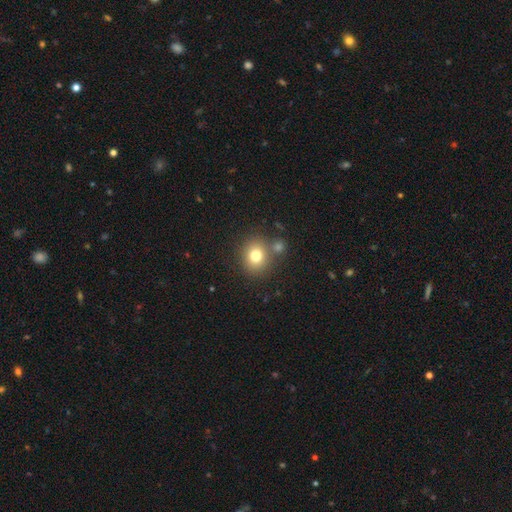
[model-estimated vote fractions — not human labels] The model was most divided on "how rounded": round: 77%, in between: 22%, cigar-shaped: 1%. More confident: smooth or featured — smooth (77%); merging — none (71%).